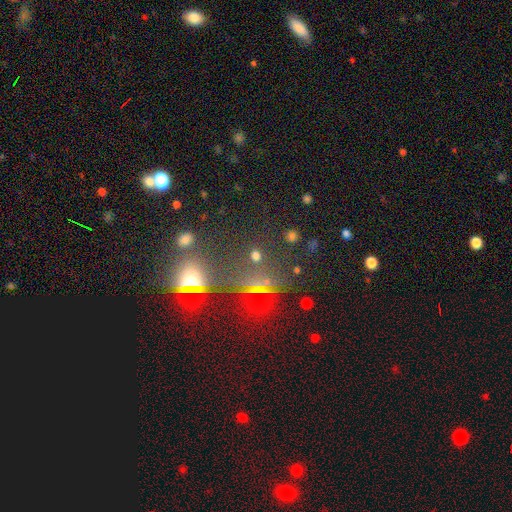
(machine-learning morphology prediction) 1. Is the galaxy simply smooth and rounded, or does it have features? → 54% smooth, 39% star or artifact, 7% featured or disk.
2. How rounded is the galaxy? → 78% round, 19% in between, 3% cigar-shaped.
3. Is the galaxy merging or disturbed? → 83% none, 7% minor disturbance, 5% merger, 4% major disturbance.